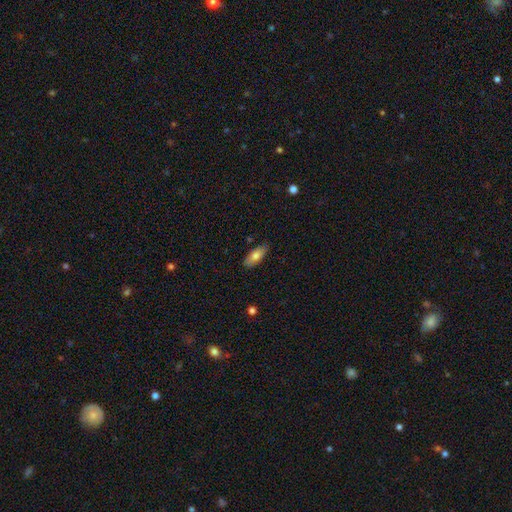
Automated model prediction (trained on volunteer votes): Overall: smooth (75%). How rounded: in between (82%). Merging: none (84%).